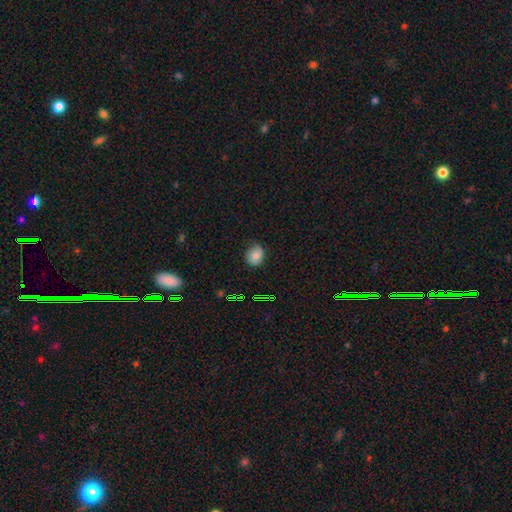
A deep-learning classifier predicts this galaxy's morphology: Overall: smooth (76%). How rounded: round (63%; in between 36%). Merging: none (70%).